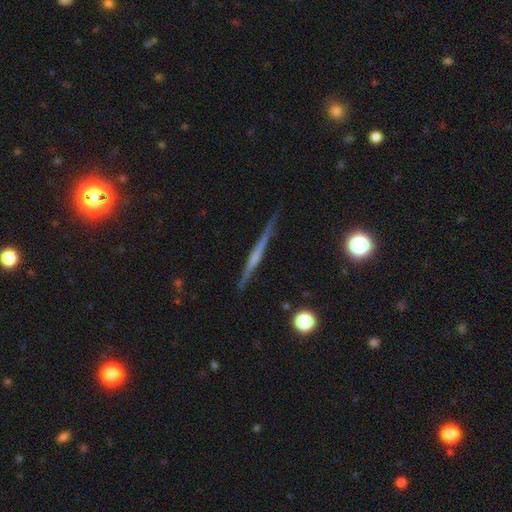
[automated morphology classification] Smooth or featured? Predicted: featured or disk (p=0.68). Edge-on disk? Predicted: yes (p=0.97). Edge-on bulge? Predicted: none (p=0.61). Merging? Predicted: none (p=0.87).